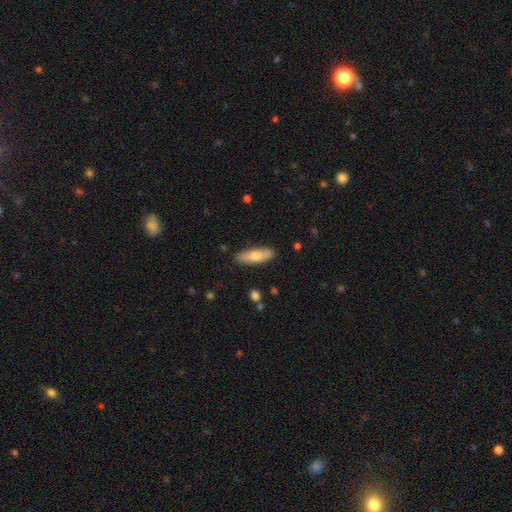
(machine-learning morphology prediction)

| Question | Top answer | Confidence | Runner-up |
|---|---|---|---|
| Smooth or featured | smooth | 68% | featured or disk (26%) |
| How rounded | in between | 51% | cigar-shaped (47%) |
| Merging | none | 87% | minor disturbance (10%) |